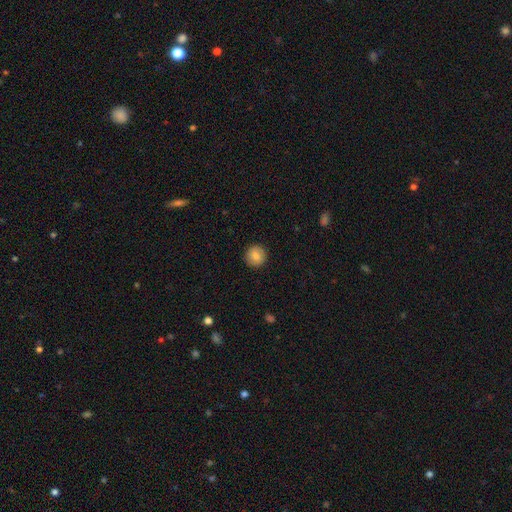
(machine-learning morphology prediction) This is clearly a smooth galaxy (84%). How rounded: clearly round (94%). Merging: clearly none (92%).